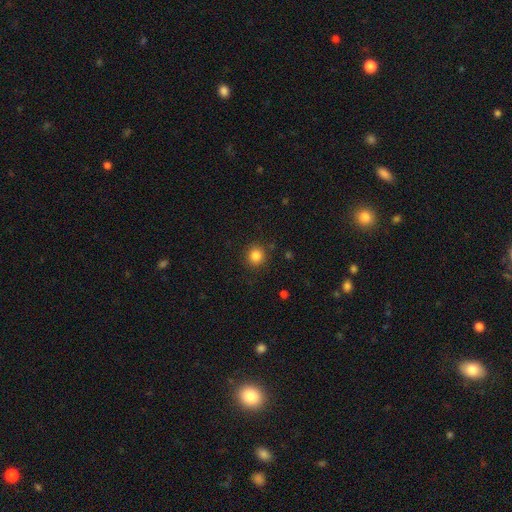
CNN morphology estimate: Smooth or featured: smooth — 84% (star or artifact — 11%)
How rounded: round — 91% (in between — 8%)
Merging: none — 90% (minor disturbance — 7%)